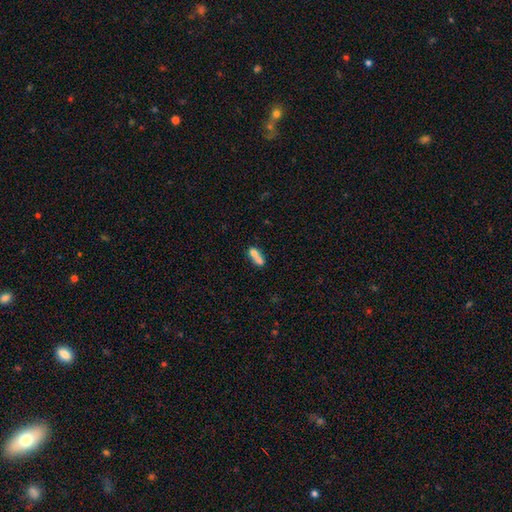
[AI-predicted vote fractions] Morphology: type=smooth (66%); roundness=in between (64%); merging=merger (71%).